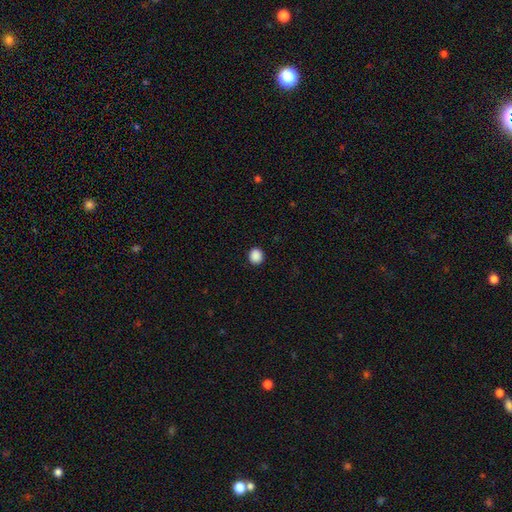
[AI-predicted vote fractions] This appears to be a smooth galaxy with no disk features (89%) that is round (89%). Merging: none (93%).